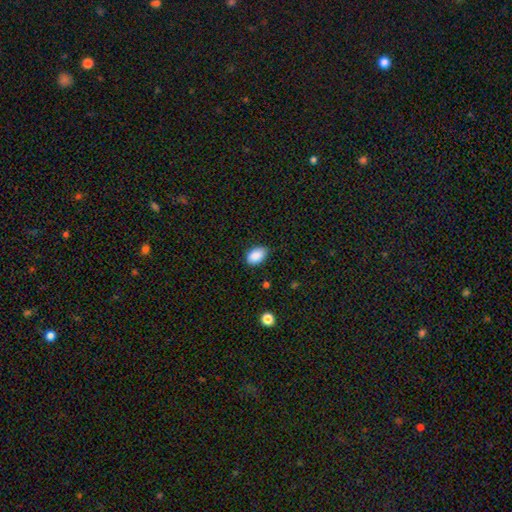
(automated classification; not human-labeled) smooth_or_featured: smooth (p=0.89) [alt: star or artifact p=0.07]
how_rounded: in between (p=0.89) [alt: round p=0.10]
merging: none (p=0.75) [alt: minor disturbance p=0.21]